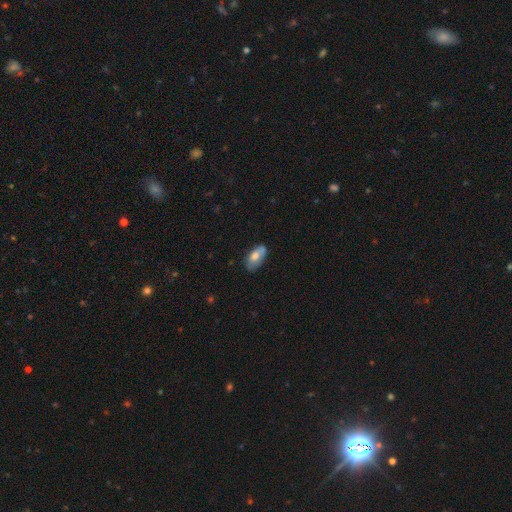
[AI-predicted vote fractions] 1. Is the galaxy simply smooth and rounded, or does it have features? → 67% smooth, 26% featured or disk, 7% star or artifact.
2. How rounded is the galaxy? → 90% in between, 6% cigar-shaped, 4% round.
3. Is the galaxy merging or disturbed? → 55% none, 27% minor disturbance, 11% merger, 7% major disturbance.